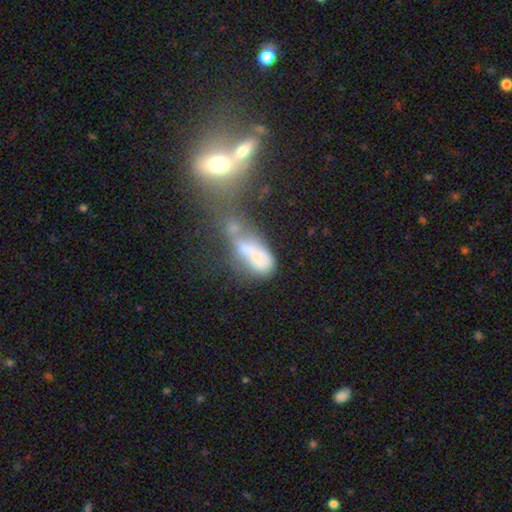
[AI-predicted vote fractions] Smooth or featured? smooth (45%)
Merging? merger (46%)